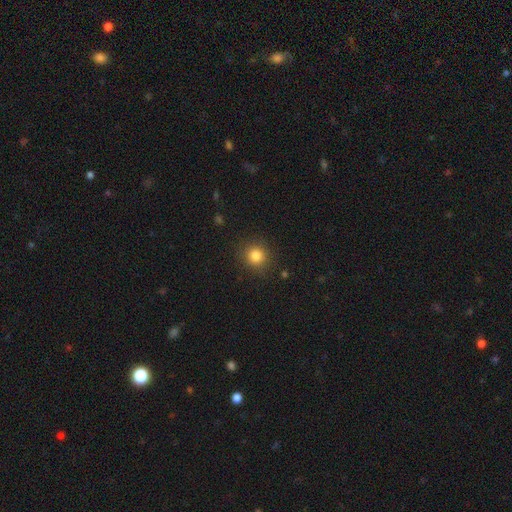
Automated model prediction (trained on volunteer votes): The model was most divided on "smooth or featured": smooth: 83%, star or artifact: 12%, featured or disk: 5%. More confident: how rounded — round (90%); merging — none (89%).